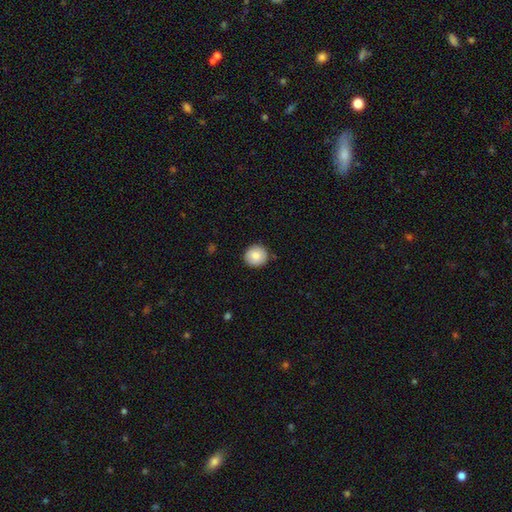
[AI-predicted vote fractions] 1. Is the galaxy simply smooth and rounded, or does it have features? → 85% smooth, 8% star or artifact, 7% featured or disk.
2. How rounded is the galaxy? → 92% round, 7% in between, 1% cigar-shaped.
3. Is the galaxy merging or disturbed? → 88% none, 9% minor disturbance, 2% major disturbance, 1% merger.